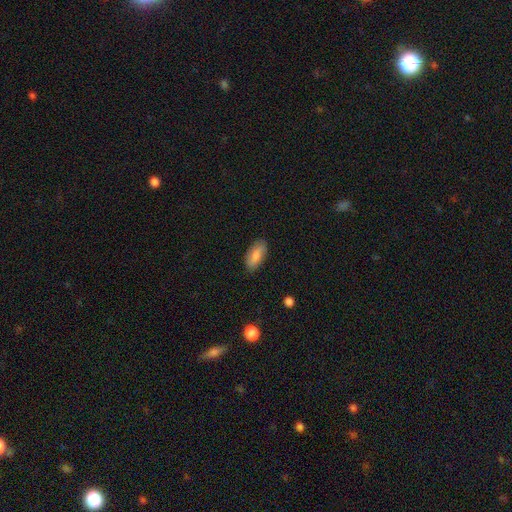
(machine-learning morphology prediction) Smooth or featured: smooth — 80% (featured or disk — 14%)
How rounded: in between — 89% (cigar-shaped — 8%)
Merging: none — 84% (minor disturbance — 13%)